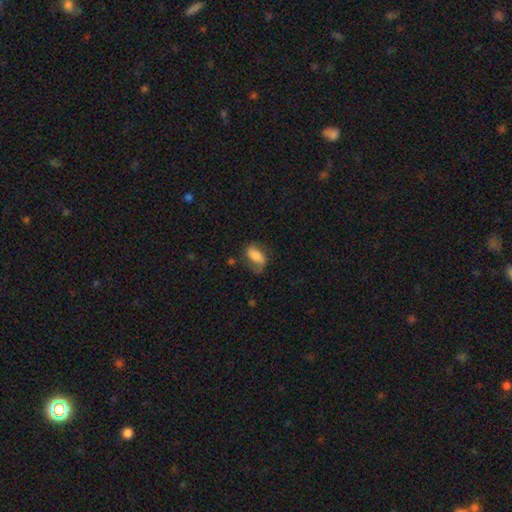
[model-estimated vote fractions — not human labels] A smooth galaxy with no disk features (66%) that is in between round and cigar-shaped (85%). Merging: none (56%).